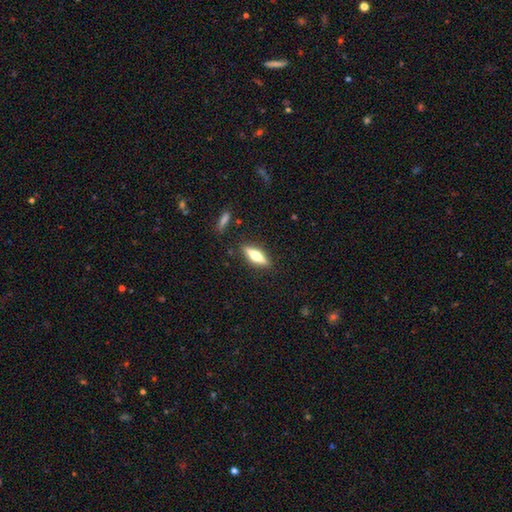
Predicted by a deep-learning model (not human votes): featured or disk 47%, smooth 46%, star or artifact 7%. Down the decision tree: merging — none (85%).